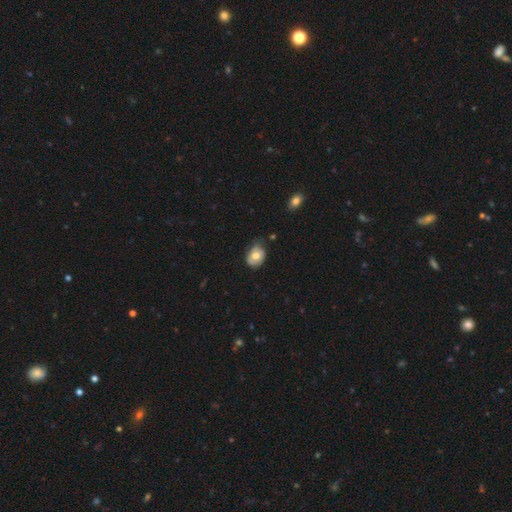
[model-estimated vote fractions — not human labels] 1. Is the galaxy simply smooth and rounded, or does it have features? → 66% smooth, 27% featured or disk, 8% star or artifact.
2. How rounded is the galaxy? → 63% in between, 36% round, 1% cigar-shaped.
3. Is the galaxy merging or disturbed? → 56% none, 35% minor disturbance, 7% major disturbance, 2% merger.